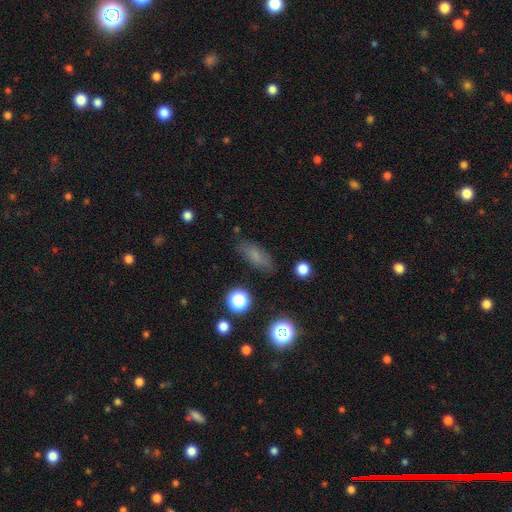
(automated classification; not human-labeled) smooth_or_featured: smooth (p=0.74) [alt: star or artifact p=0.13]
how_rounded: in between (p=0.71) [alt: cigar-shaped p=0.24]
merging: none (p=0.81) [alt: minor disturbance p=0.13]